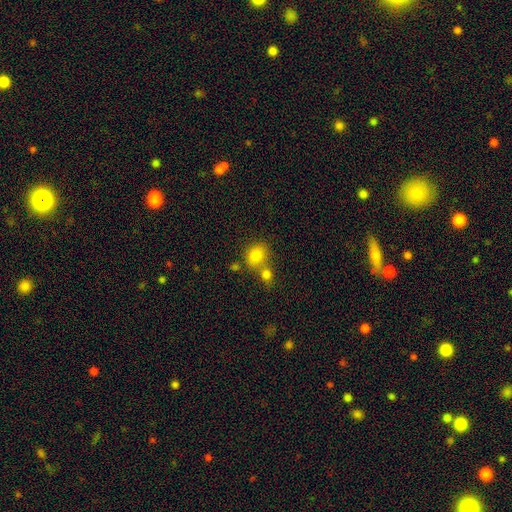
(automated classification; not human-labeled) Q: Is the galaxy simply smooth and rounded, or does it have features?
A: smooth — 80%.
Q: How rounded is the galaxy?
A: round — 64%.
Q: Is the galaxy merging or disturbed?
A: none — 49%.